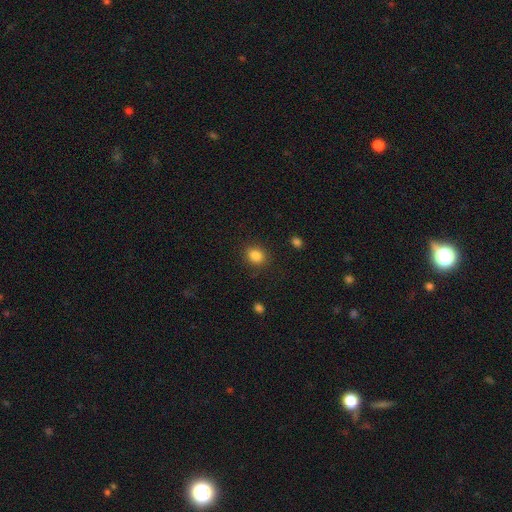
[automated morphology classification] Smooth or featured?
  - smooth: 86% *
  - star or artifact: 10%
  - featured or disk: 4%
How rounded?
  - round: 61% *
  - in between: 38%
  - cigar-shaped: 1%
Merging?
  - none: 86% *
  - minor disturbance: 9%
  - major disturbance: 3%
  - merger: 1%